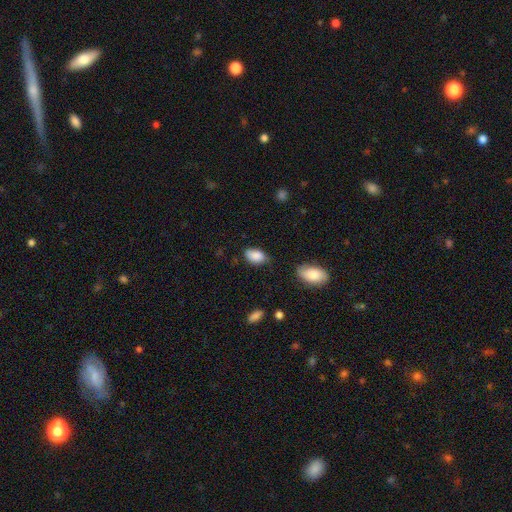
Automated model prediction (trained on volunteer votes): A smooth galaxy with no disk features (86%) that is in between round and cigar-shaped (92%).

Vote fractions:
- Smooth or featured? smooth: 86% / star or artifact: 7% / featured or disk: 6%
- How rounded? in between: 92% / round: 7% / cigar-shaped: 2%
- Merging? none: 66% / minor disturbance: 27% / major disturbance: 5% / merger: 3%